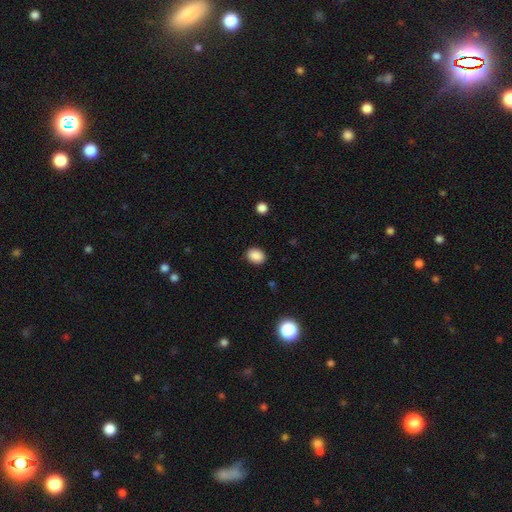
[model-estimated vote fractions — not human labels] This appears to be a smooth galaxy with no disk features (88%) that is in between round and cigar-shaped (56%). Merging: none (89%).